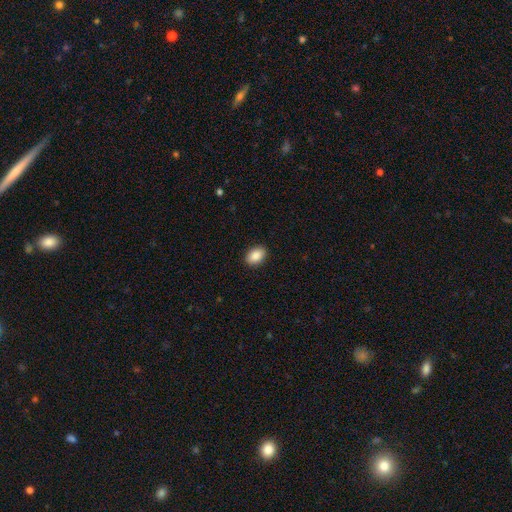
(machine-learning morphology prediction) A smooth galaxy with no disk features (88%) that is in between round and cigar-shaped (85%). Merging: none (90%).